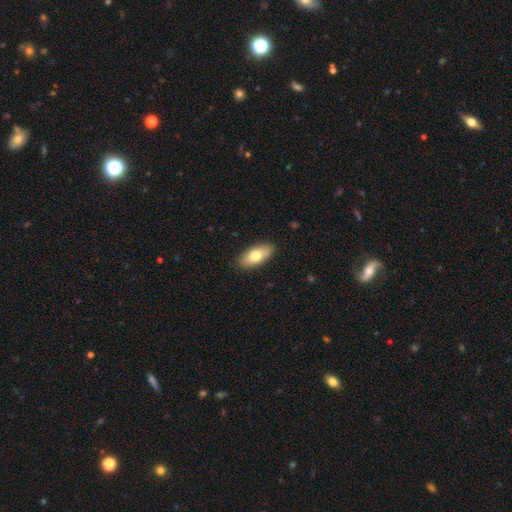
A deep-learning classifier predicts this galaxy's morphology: This is likely a smooth galaxy (75%). How rounded: clearly in between (86%). Merging: clearly none (87%).